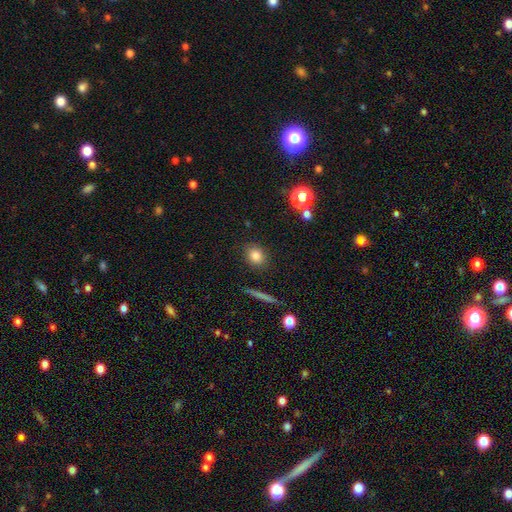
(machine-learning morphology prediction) A smooth galaxy with no disk features (82%) that is round (55%).

Vote fractions:
- Smooth or featured? smooth: 82% / star or artifact: 10% / featured or disk: 7%
- How rounded? round: 55% / in between: 42% / cigar-shaped: 3%
- Merging? none: 86% / minor disturbance: 9% / major disturbance: 3% / merger: 2%